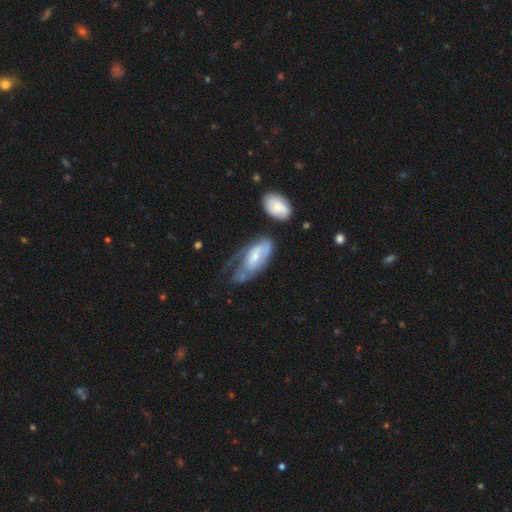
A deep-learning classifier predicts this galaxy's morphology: This appears to be a featured or disk galaxy (56%) with no bar (60%), spiral arms (64%) and a small central bulge (45%). Merging: major disturbance (36%).